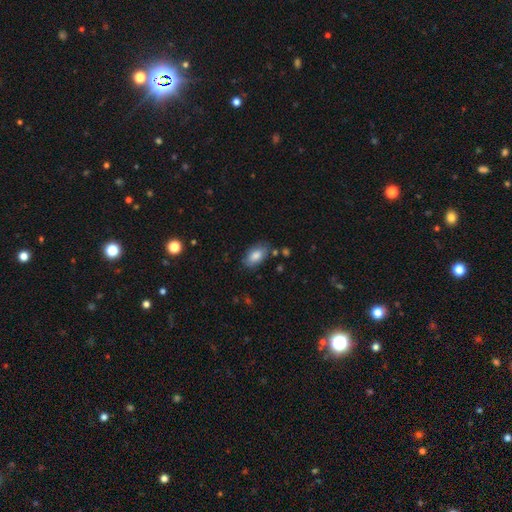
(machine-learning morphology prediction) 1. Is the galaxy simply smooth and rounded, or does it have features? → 83% smooth, 10% featured or disk, 7% star or artifact.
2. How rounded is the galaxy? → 92% in between, 5% round, 3% cigar-shaped.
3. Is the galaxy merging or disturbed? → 76% none, 17% minor disturbance, 4% major disturbance, 3% merger.